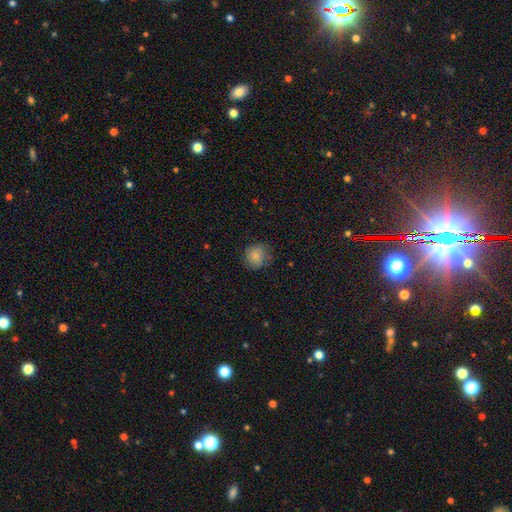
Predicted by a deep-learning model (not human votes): Overall: smooth (82%). How rounded: round (86%). Merging: none (74%).